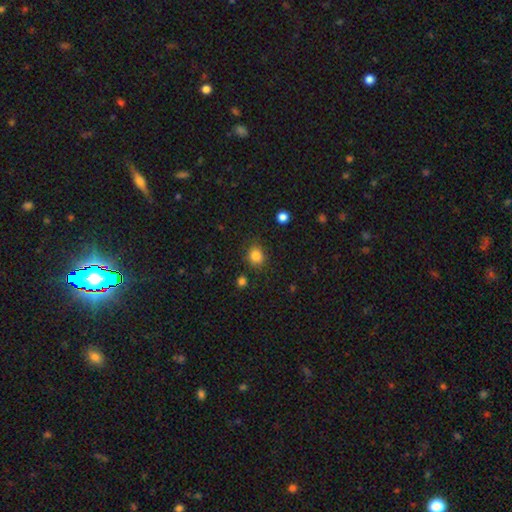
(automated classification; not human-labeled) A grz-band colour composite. It shows a smooth galaxy with no disk features (83%) that is round (69%). Merging: none (80%).